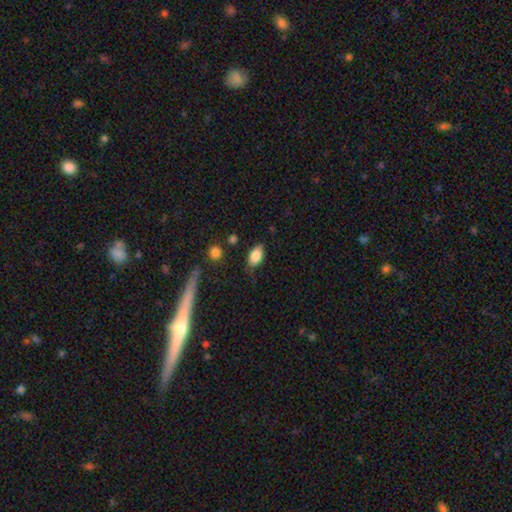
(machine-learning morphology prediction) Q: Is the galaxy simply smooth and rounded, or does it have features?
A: smooth — 85%.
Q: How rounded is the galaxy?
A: in between — 90%.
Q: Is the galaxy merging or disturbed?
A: none — 72%.